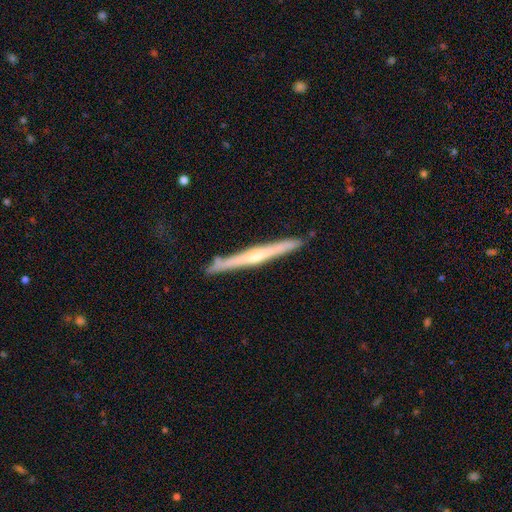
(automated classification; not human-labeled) Q: Smooth or featured?
A: featured or disk (73%); runner-up: smooth (21%)
Q: Edge-on disk?
A: yes (98%); runner-up: no (2%)
Q: Edge-on bulge?
A: rounded (70%); runner-up: none (24%)
Q: Merging?
A: none (90%); runner-up: minor disturbance (7%)